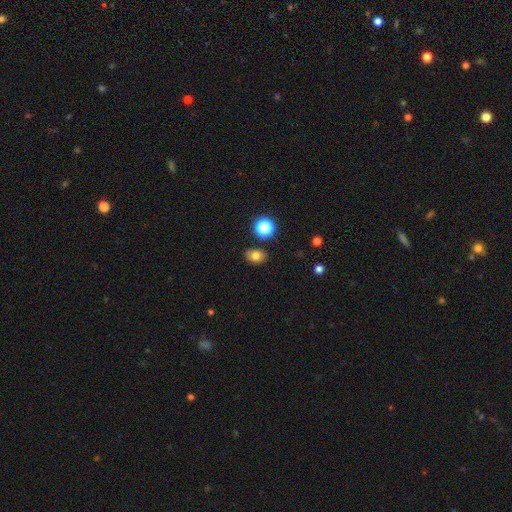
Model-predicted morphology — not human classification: Smooth or featured? smooth (75%)
How rounded? in between (65%)
Merging? none (83%)